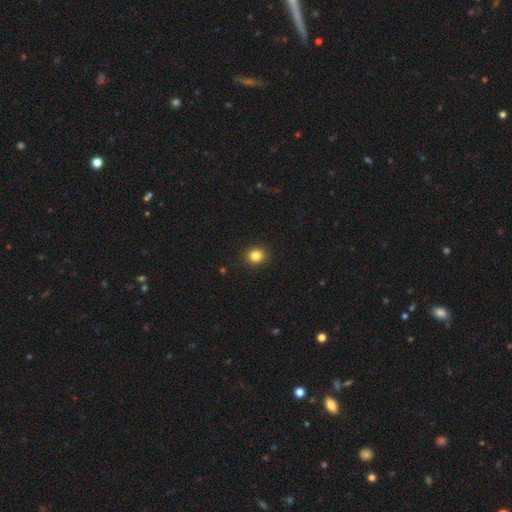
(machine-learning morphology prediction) type=smooth (84%); roundness=round (75%); merging=none (90%).